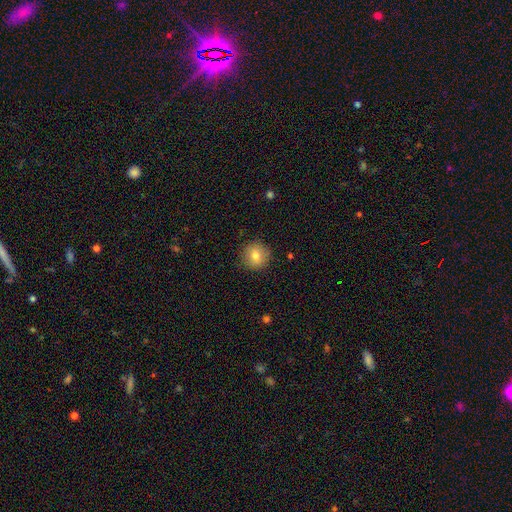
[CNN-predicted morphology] type=smooth (79%); roundness=round (93%); merging=none (89%).